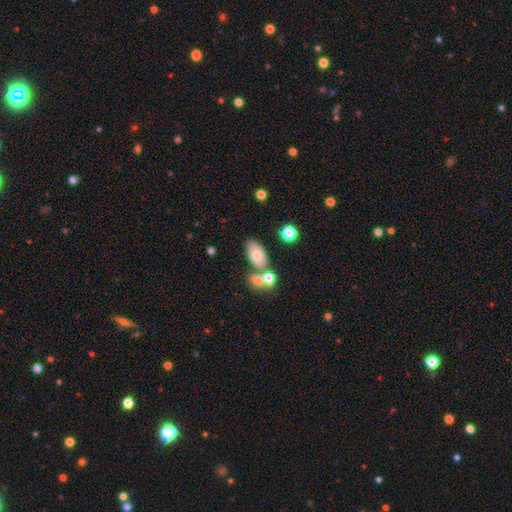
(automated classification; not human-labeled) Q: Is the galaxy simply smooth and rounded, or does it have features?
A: smooth — 70%.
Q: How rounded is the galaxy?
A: in between — 90%.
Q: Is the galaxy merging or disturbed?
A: none — 57%.